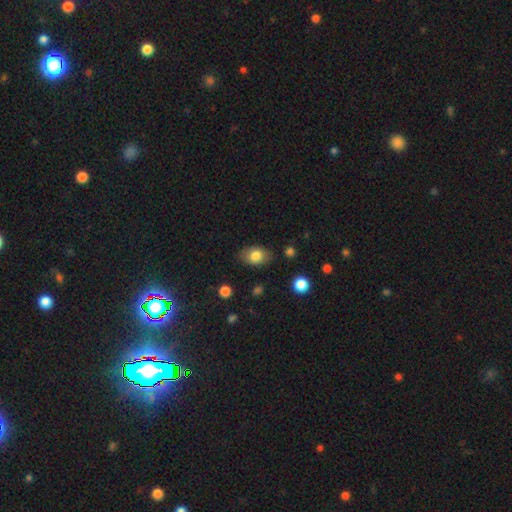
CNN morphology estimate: Q: Smooth or featured?
A: smooth (79%); runner-up: featured or disk (13%)
Q: How rounded?
A: in between (83%); runner-up: round (16%)
Q: Merging?
A: none (80%); runner-up: minor disturbance (14%)